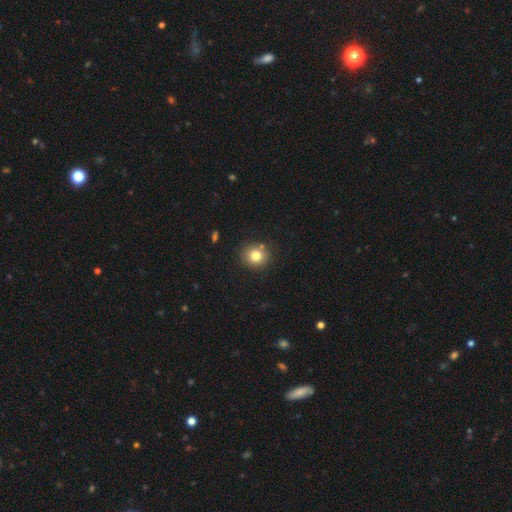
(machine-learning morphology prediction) Smooth or featured: smooth — 79% (star or artifact — 12%)
How rounded: round — 85% (in between — 14%)
Merging: none — 83% (minor disturbance — 9%)